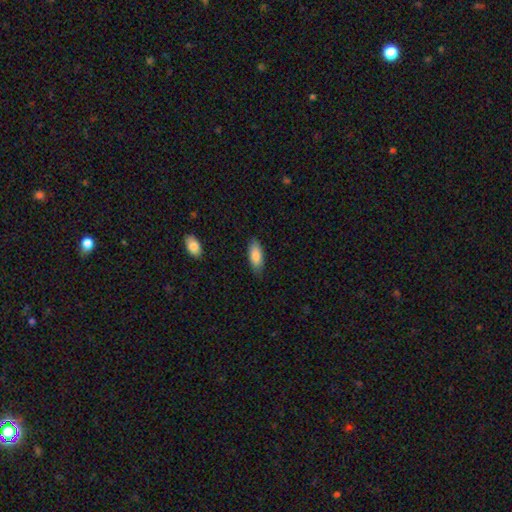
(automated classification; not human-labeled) smooth_or_featured: smooth (p=0.85) [alt: featured or disk p=0.09]
how_rounded: in between (p=0.80) [alt: cigar-shaped p=0.18]
merging: none (p=0.82) [alt: minor disturbance p=0.14]